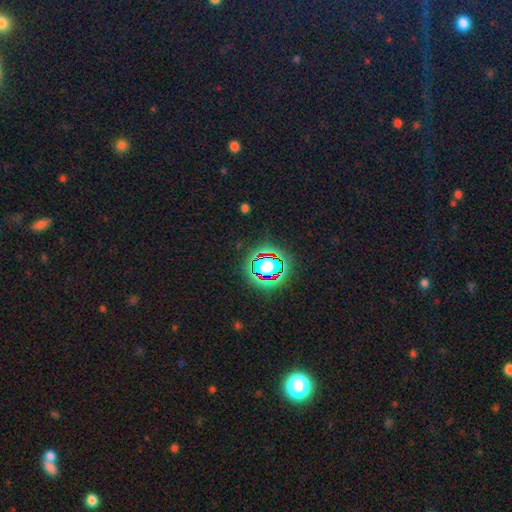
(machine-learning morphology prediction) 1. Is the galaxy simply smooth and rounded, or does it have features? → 81% star or artifact, 12% smooth, 7% featured or disk.